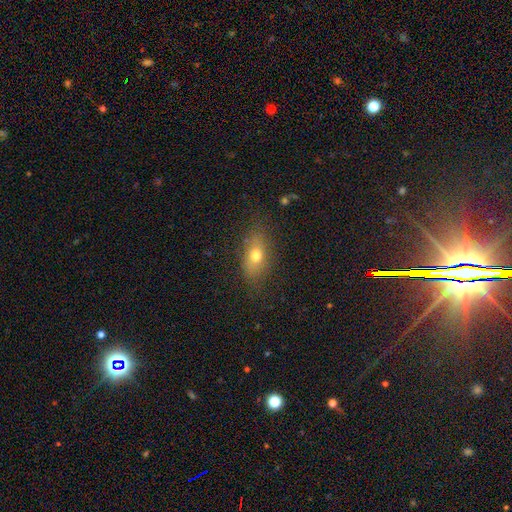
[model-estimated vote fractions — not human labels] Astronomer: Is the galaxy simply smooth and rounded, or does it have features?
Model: smooth — 69%.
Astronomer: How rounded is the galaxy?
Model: in between — 75%.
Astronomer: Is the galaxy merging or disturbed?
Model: none — 76%.